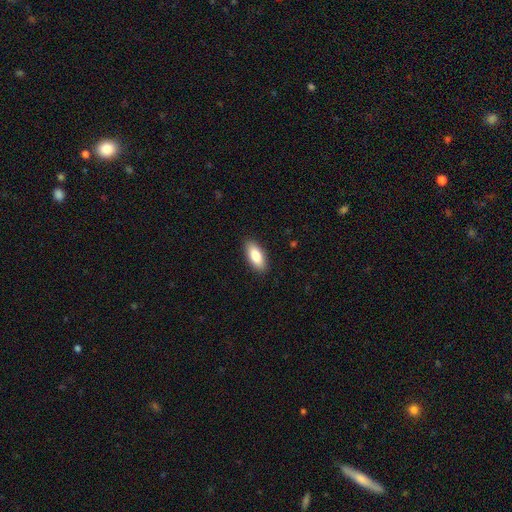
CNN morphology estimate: This is clearly a smooth galaxy (84%). How rounded: clearly in between (84%). Merging: clearly none (89%).